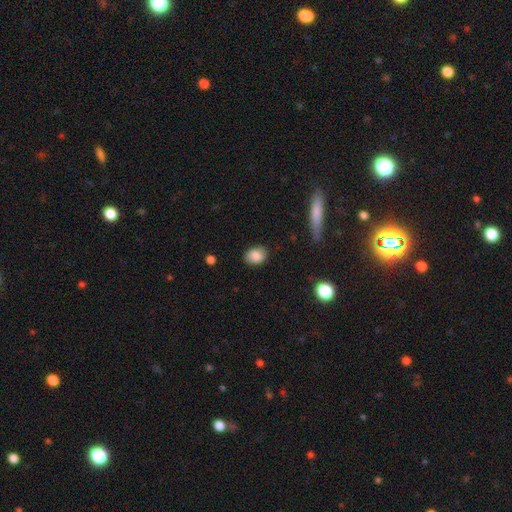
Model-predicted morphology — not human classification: smooth-or-featured: smooth: 84% | star or artifact: 8% | featured or disk: 8%
  how-rounded: in between: 69% | round: 30% | cigar-shaped: 1%
  merging: none: 84% | minor disturbance: 12% | major disturbance: 3% | merger: 1%